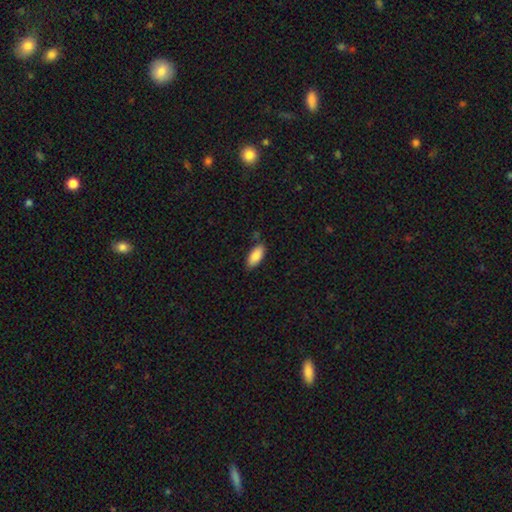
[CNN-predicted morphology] Smooth or featured? Predicted: smooth (p=0.87). How rounded? Predicted: in between (p=0.88). Merging? Predicted: none (p=0.80).